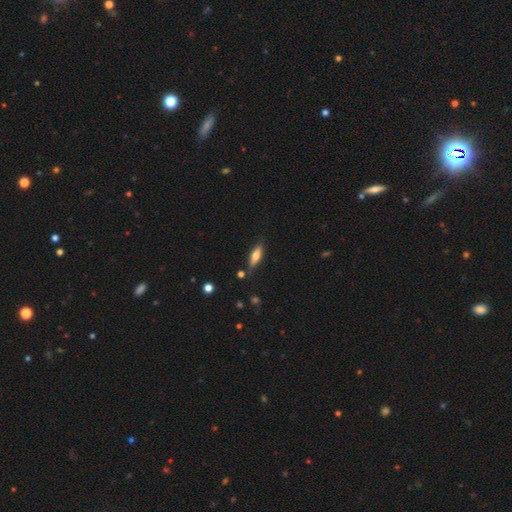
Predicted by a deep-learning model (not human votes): Q: Smooth or featured?
A: smooth (59%); runner-up: featured or disk (34%)
Q: How rounded?
A: in between (49%); tied with: cigar-shaped (49%)
Q: Merging?
A: none (79%); runner-up: minor disturbance (14%)